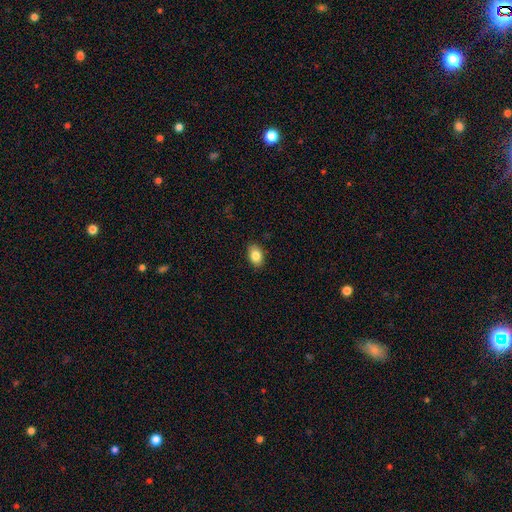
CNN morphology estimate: Smooth or featured?
  - smooth: 85% *
  - star or artifact: 8%
  - featured or disk: 7%
How rounded?
  - in between: 84% *
  - round: 15%
  - cigar-shaped: 1%
Merging?
  - none: 88% *
  - minor disturbance: 9%
  - major disturbance: 2%
  - merger: 1%